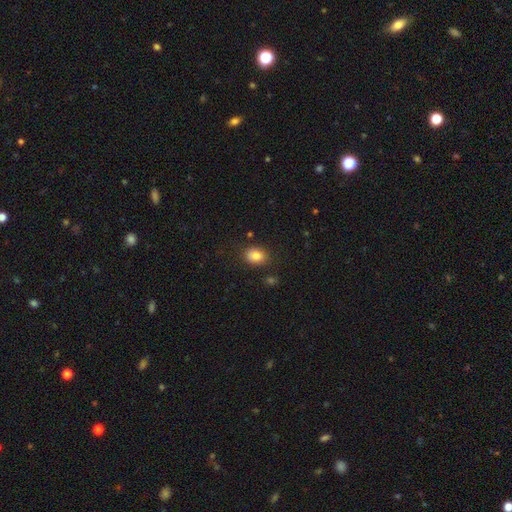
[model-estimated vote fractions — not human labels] Q: Smooth or featured?
A: smooth (82%); runner-up: star or artifact (10%)
Q: How rounded?
A: in between (53%); runner-up: round (46%)
Q: Merging?
A: none (82%); runner-up: minor disturbance (12%)